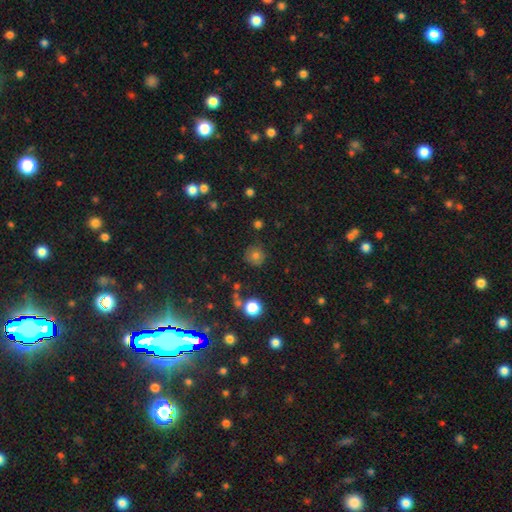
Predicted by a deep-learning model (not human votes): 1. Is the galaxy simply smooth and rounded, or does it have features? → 74% smooth, 16% star or artifact, 10% featured or disk.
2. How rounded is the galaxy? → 93% round, 6% in between, 1% cigar-shaped.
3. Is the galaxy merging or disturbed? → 81% none, 13% minor disturbance, 4% major disturbance, 2% merger.